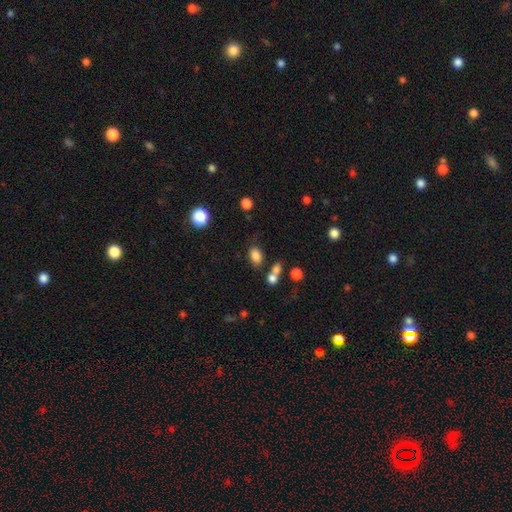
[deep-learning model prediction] smooth_or_featured: smooth (p=0.82) [alt: star or artifact p=0.11]
how_rounded: in between (p=0.80) [alt: round p=0.18]
merging: none (p=0.67) [alt: minor disturbance p=0.15]